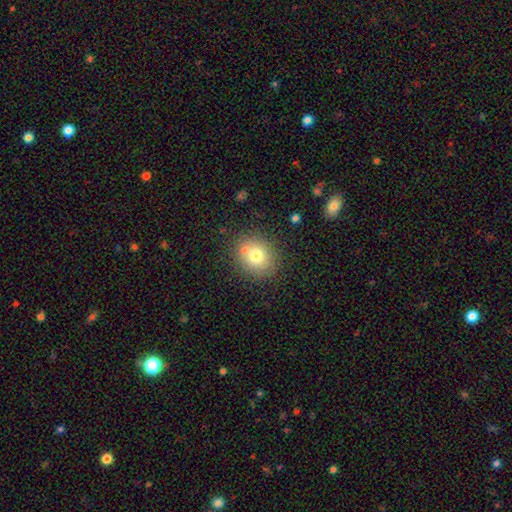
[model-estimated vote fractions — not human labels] This appears to be a smooth galaxy with no disk features (73%) that is round (66%). Merging: none (77%).